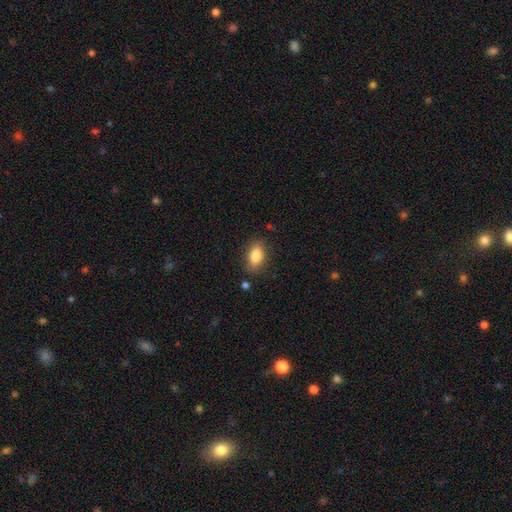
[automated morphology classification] Overall: smooth (85%). How rounded: in between (87%). Merging: none (82%).